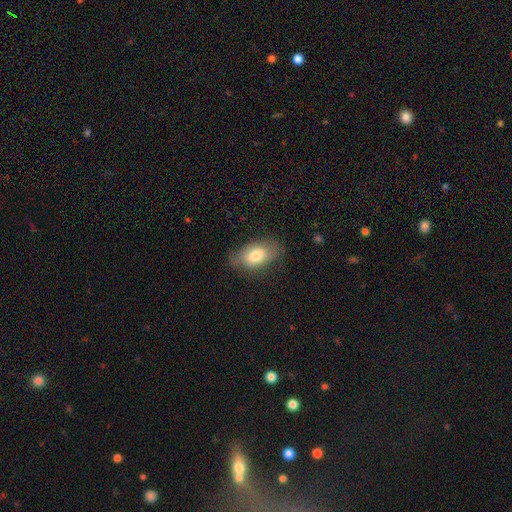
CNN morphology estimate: Smooth or featured? smooth (76%)
How rounded? in between (91%)
Merging? none (71%)